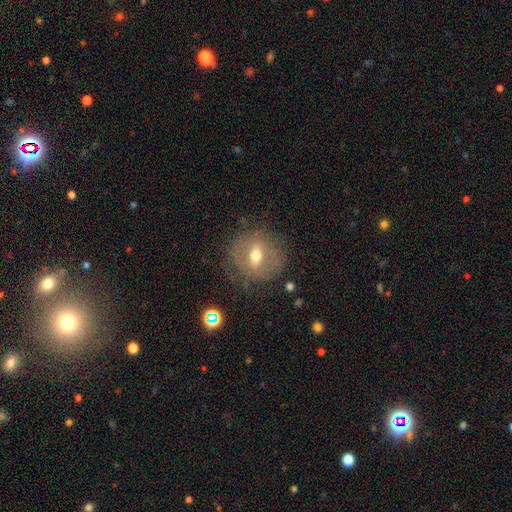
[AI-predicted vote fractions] Smooth or featured? featured or disk (59%)
Edge-on disk? no (81%)
Merging? none (73%)